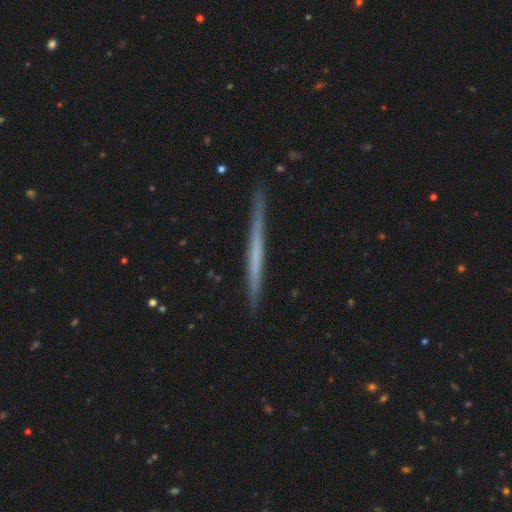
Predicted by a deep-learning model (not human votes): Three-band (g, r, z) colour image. It shows a featured or disk galaxy (55%) viewed edge-on (97%) with no central bulge (92%). Merging: none (90%).